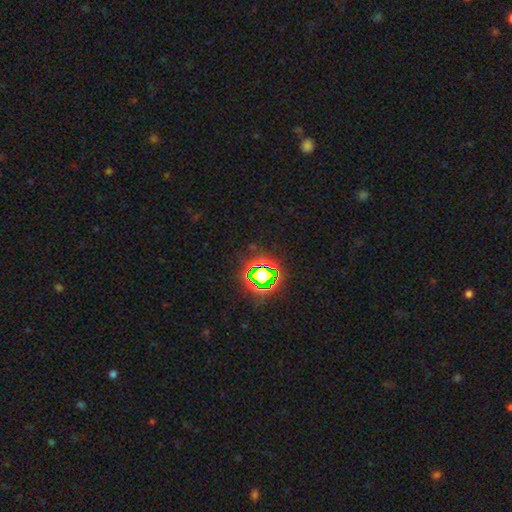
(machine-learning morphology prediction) Overall: star or artifact (79%).